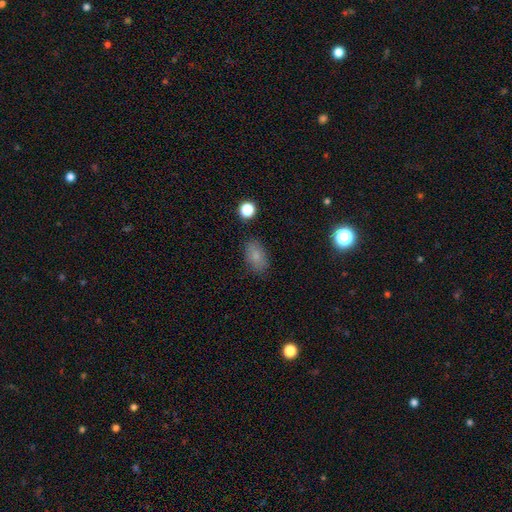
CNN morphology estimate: smooth-or-featured: smooth: 80% | star or artifact: 11% | featured or disk: 9%
  how-rounded: in between: 88% | round: 10% | cigar-shaped: 2%
  merging: none: 83% | minor disturbance: 12% | major disturbance: 3% | merger: 2%